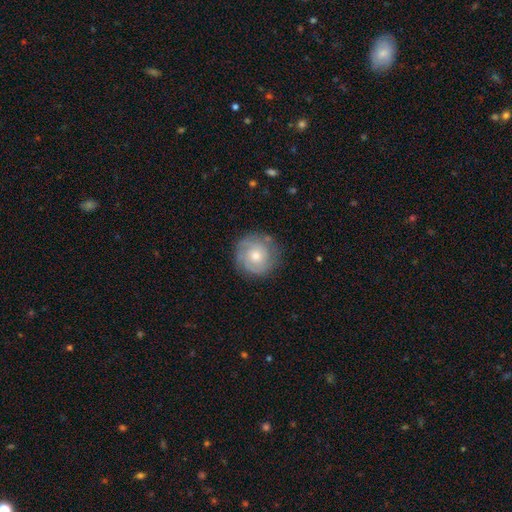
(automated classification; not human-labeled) featured or disk 65%, smooth 28%, star or artifact 7%. Down the decision tree: edge-on disk — no (98%); bar — no (79%); spiral arms — yes (88%); spiral arm count — can't tell (33%); spiral winding — tight (66%); bulge size — moderate (62%); merging — none (80%).